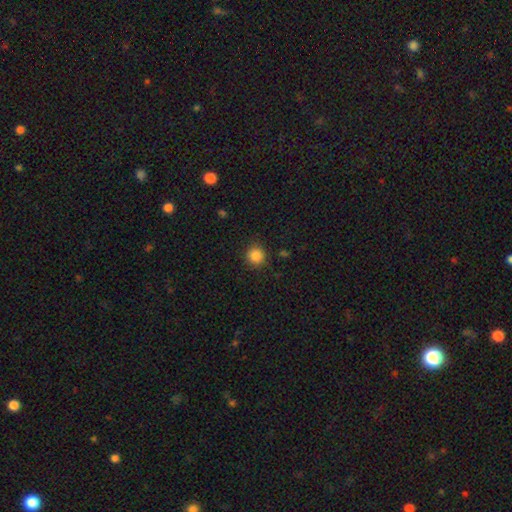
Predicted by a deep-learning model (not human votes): smooth 86%, star or artifact 11%, featured or disk 4%. Down the decision tree: how rounded — round (93%); merging — none (89%).